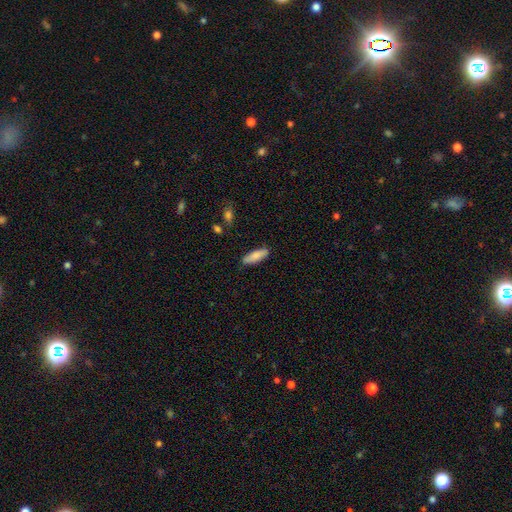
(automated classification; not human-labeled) smooth_or_featured: smooth (p=0.82) [alt: featured or disk p=0.12]
how_rounded: in between (p=0.50) [alt: cigar-shaped p=0.48]
merging: none (p=0.85) [alt: minor disturbance p=0.11]